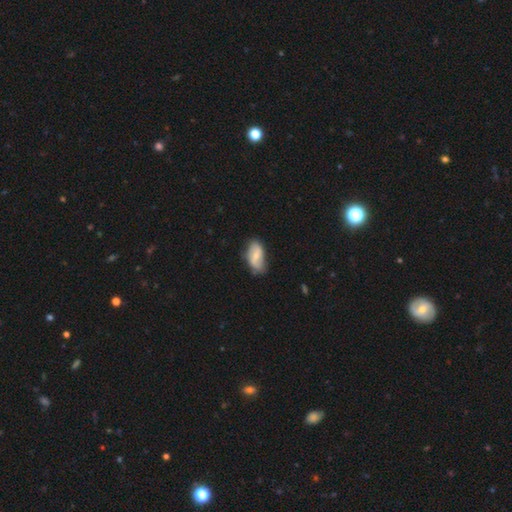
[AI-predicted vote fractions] Morphology: type=smooth (53%); roundness=in between (92%); merging=none (62%).